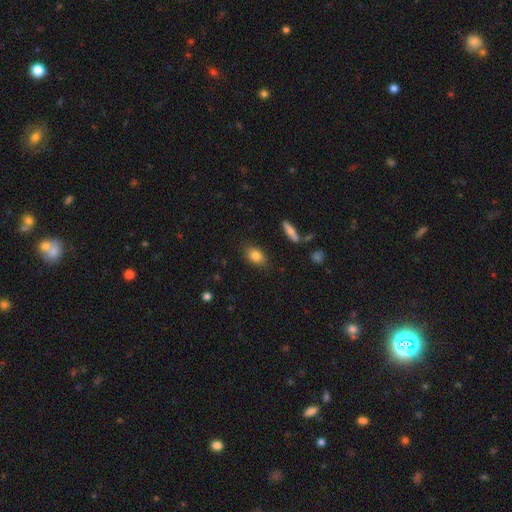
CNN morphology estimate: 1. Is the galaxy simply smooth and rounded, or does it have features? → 82% smooth, 9% featured or disk, 9% star or artifact.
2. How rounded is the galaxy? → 79% in between, 17% round, 3% cigar-shaped.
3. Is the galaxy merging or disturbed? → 82% none, 13% minor disturbance, 3% major disturbance, 2% merger.